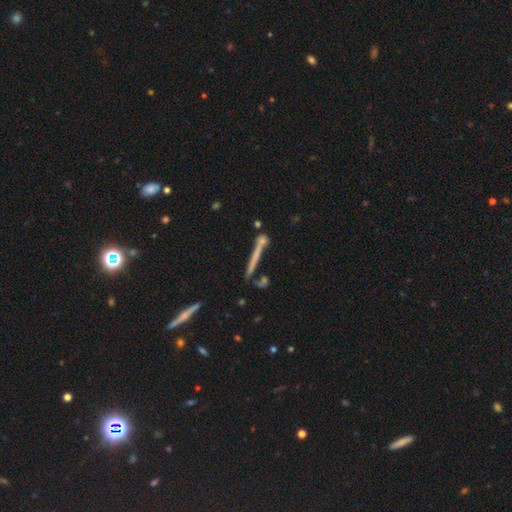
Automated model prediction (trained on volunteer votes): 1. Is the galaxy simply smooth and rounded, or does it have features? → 45% smooth, 44% featured or disk, 10% star or artifact.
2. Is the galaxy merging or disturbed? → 66% none, 15% merger, 13% minor disturbance, 6% major disturbance.